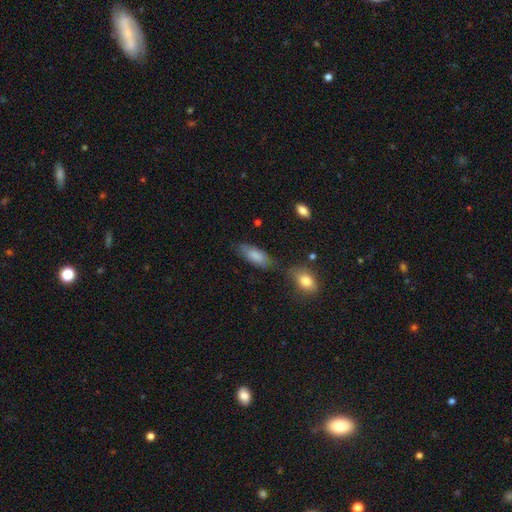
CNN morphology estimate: Smooth or featured?
  - smooth: 82% *
  - featured or disk: 11%
  - star or artifact: 7%
How rounded?
  - in between: 81% *
  - cigar-shaped: 16%
  - round: 2%
Merging?
  - none: 64% *
  - minor disturbance: 22%
  - merger: 9%
  - major disturbance: 6%